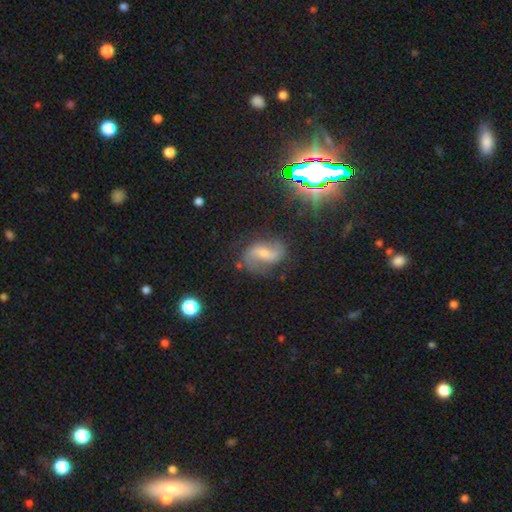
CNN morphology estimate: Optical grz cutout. It shows a featured or disk galaxy (70%) with a weak bar (46%), 2 (88%) loose (51%) spiral arms (91%) and a small central bulge (48%). Merging: none (71%).